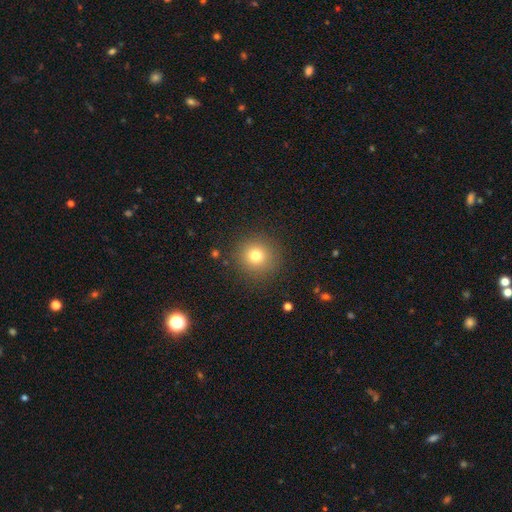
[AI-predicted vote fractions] Morphology: type=smooth (76%); roundness=round (94%); merging=none (89%).